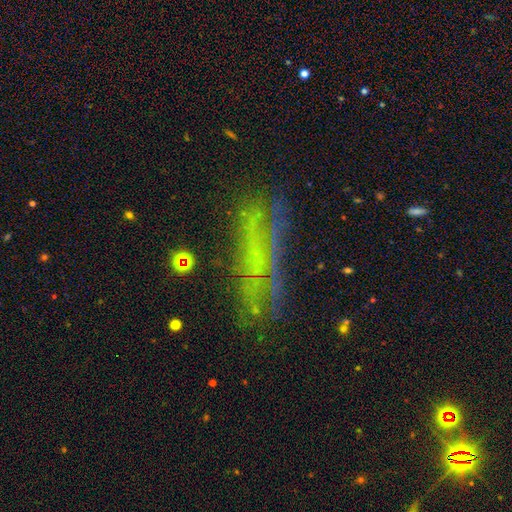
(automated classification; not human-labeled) This is possibly a featured or disk galaxy (52%). It is likely not viewed edge-on (76%). Merging: possibly none (57%).